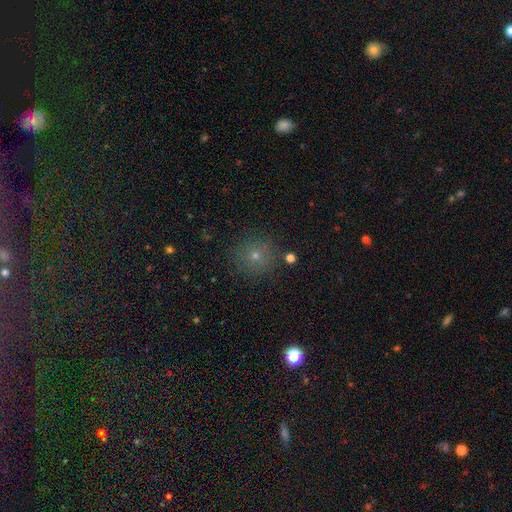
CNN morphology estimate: smooth 67%, star or artifact 21%, featured or disk 12%. Down the decision tree: how rounded — round (94%); merging — none (86%).